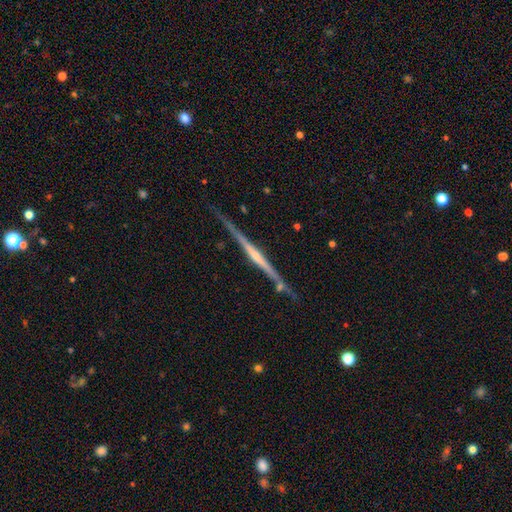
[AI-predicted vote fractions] The model was most divided on "edge-on bulge": rounded: 48%, none: 40%, boxy: 12%. More confident: edge-on disk — yes (98%); smooth or featured — featured or disk (80%); merging — none (73%).